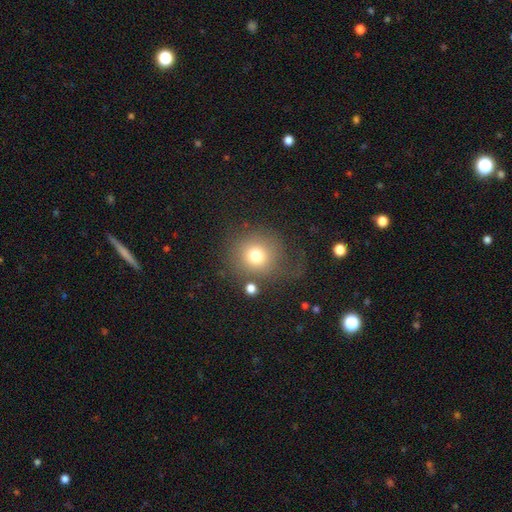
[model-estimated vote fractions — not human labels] smooth_or_featured: smooth (p=0.74) [alt: featured or disk p=0.13]
how_rounded: round (p=0.89) [alt: in between p=0.10]
merging: none (p=0.62) [alt: minor disturbance p=0.17]